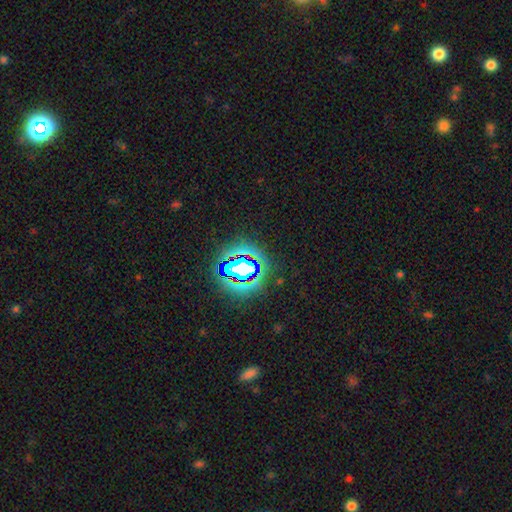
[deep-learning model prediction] Morphology: type=star or artifact (82%).